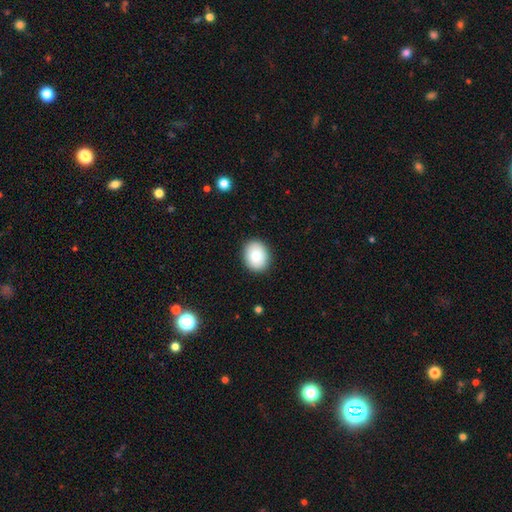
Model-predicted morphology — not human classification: Smooth or featured: smooth — 82% (featured or disk — 10%)
How rounded: round — 50% (tied with in between — 50%)
Merging: none — 90% (minor disturbance — 7%)